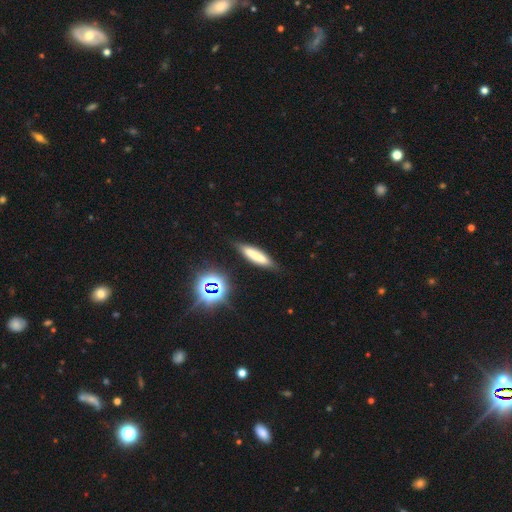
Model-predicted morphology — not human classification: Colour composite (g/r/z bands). It shows a smooth galaxy with no disk features (67%) that is cigar-shaped (77%). Merging: none (78%).